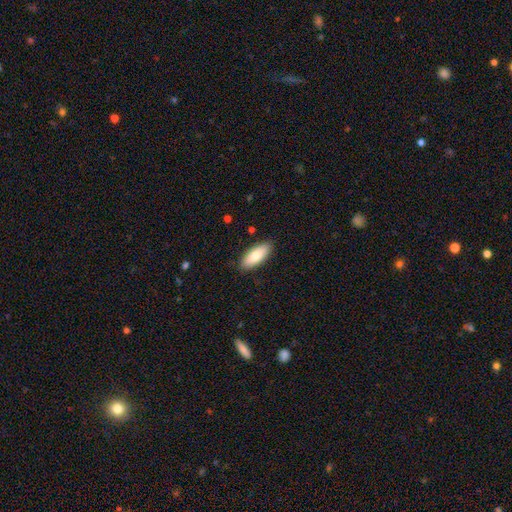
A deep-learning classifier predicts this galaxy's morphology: This appears to be a smooth galaxy with no disk features (82%) that is in between round and cigar-shaped (82%). Merging: none (87%).